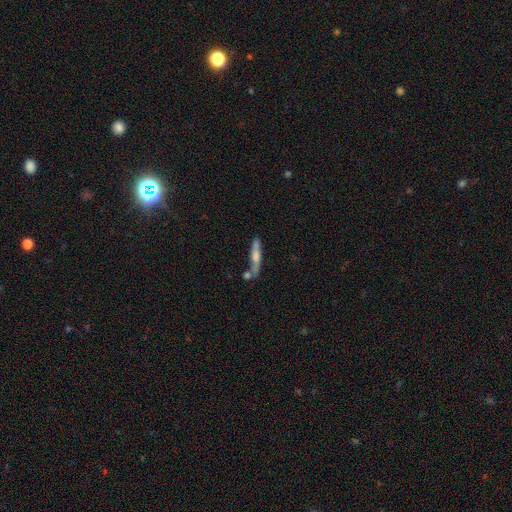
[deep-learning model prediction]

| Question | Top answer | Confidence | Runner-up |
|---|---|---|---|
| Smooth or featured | smooth | 48% | featured or disk (45%) |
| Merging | none | 57% | merger (19%) |